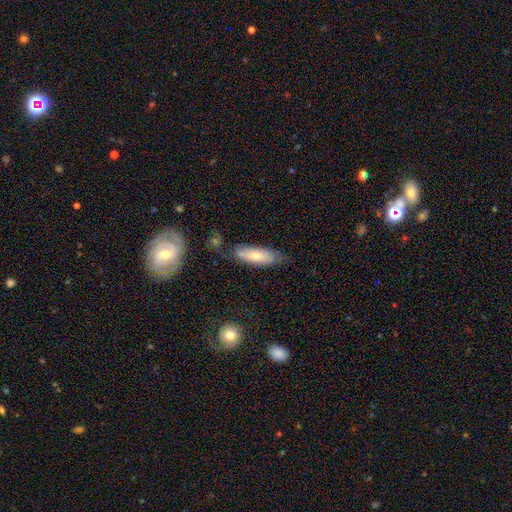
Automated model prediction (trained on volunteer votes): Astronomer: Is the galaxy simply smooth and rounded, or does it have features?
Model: smooth — 70%.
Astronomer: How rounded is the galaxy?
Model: in between — 55% (runner-up: cigar-shaped, 43%).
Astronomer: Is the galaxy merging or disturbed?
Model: none — 70%.